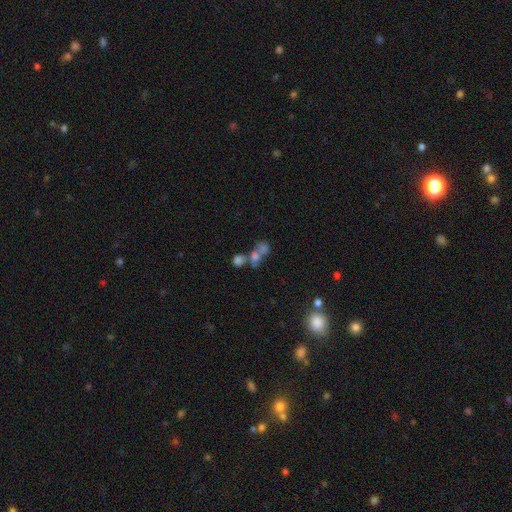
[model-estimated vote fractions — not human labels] Smooth or featured? smooth (50%)
How rounded? round (53%)
Merging? merger (49%)